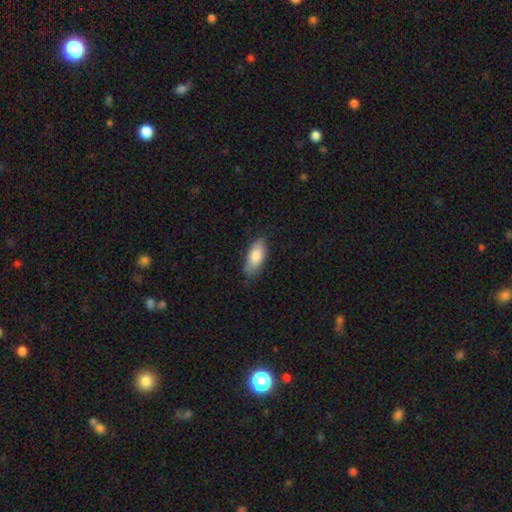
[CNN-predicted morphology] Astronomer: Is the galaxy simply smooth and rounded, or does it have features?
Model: smooth — 82%.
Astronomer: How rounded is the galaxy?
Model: in between — 83%.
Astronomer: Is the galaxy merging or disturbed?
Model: none — 77%.